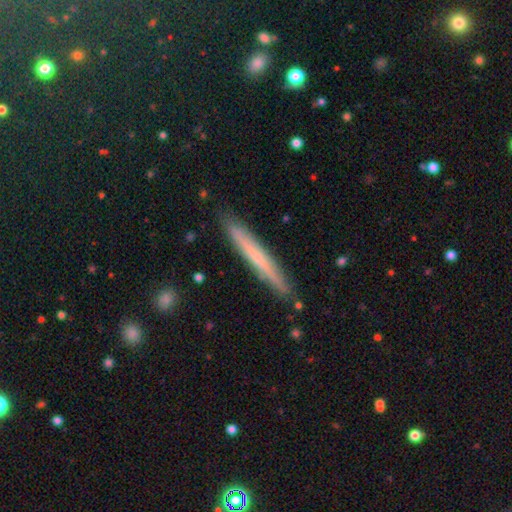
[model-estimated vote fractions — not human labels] Smooth or featured: smooth — 55% (featured or disk — 39%)
How rounded: cigar-shaped — 97% (in between — 2%)
Merging: none — 89% (minor disturbance — 8%)